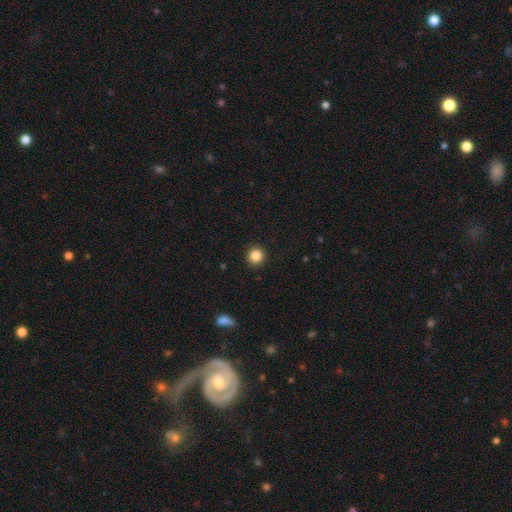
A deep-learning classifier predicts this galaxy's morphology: This appears to be a smooth galaxy with no disk features (85%) that is round (92%). Merging: none (92%).